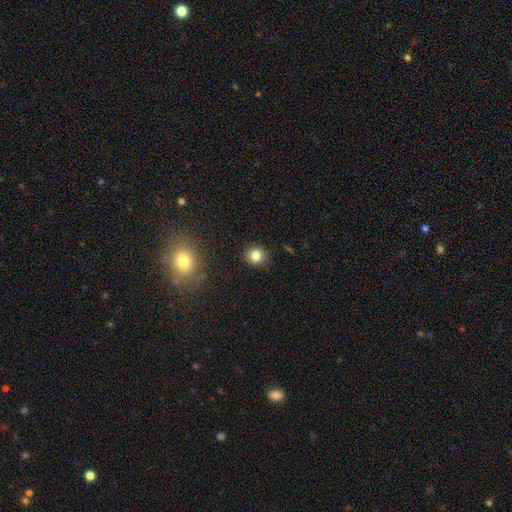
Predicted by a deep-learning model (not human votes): Smooth or featured: smooth — 82% (star or artifact — 12%)
How rounded: round — 88% (in between — 11%)
Merging: none — 89% (minor disturbance — 7%)